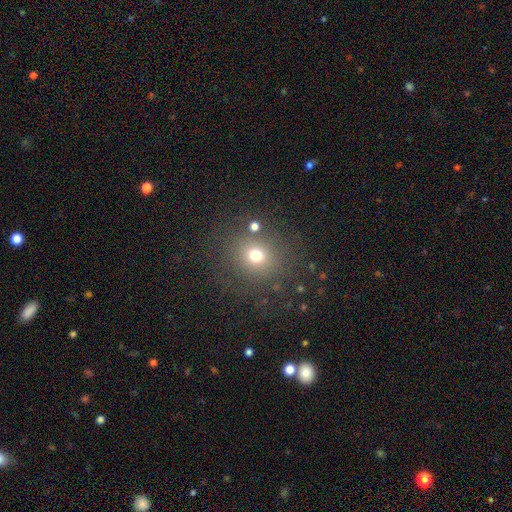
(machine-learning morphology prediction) smooth_or_featured: smooth (p=0.70) [alt: star or artifact p=0.20]
how_rounded: round (p=0.85) [alt: in between p=0.14]
merging: none (p=0.79) [alt: minor disturbance p=0.10]